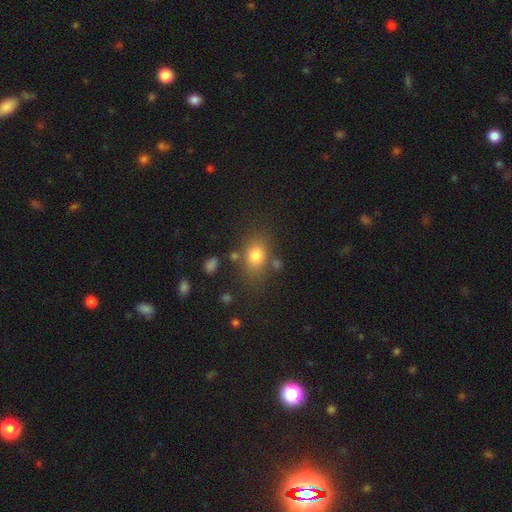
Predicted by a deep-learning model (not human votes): This appears to be a smooth galaxy with no disk features (78%) that is in between round and cigar-shaped (61%). Merging: none (70%).